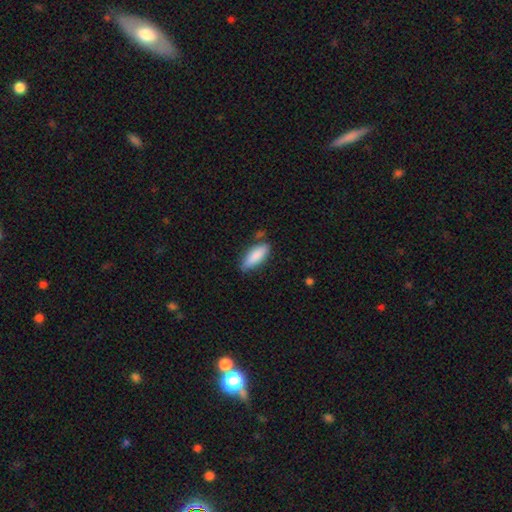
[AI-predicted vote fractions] Q: Smooth or featured?
A: smooth (86%); runner-up: featured or disk (8%)
Q: How rounded?
A: in between (64%); runner-up: cigar-shaped (34%)
Q: Merging?
A: none (74%); runner-up: minor disturbance (19%)